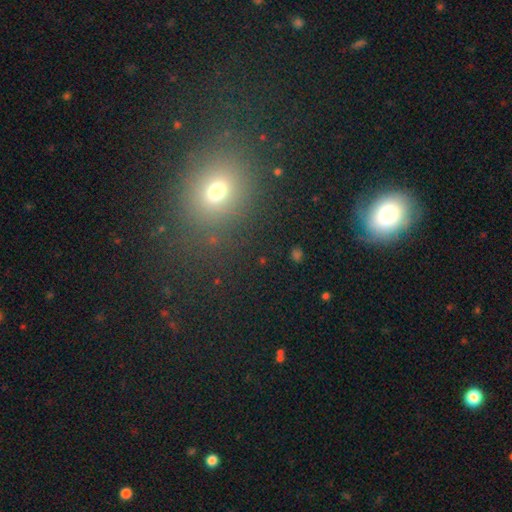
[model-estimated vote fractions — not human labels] A smooth galaxy with no disk features (62%) that is round (58%). Merging: none (83%).